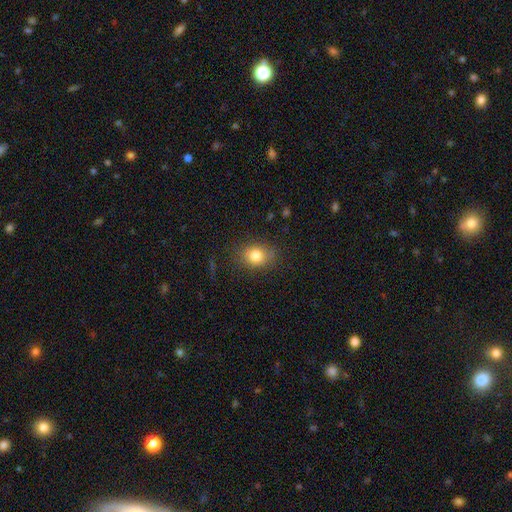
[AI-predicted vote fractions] This appears to be a smooth galaxy with no disk features (82%) that is round (51%). Merging: none (80%).